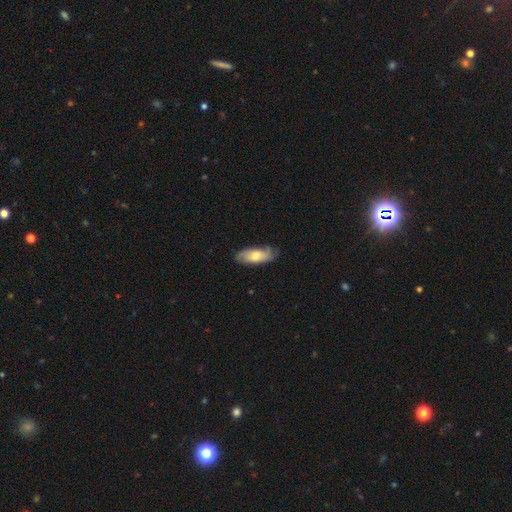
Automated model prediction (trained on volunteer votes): This is possibly a featured or disk galaxy (48%). Merging: likely none (69%).